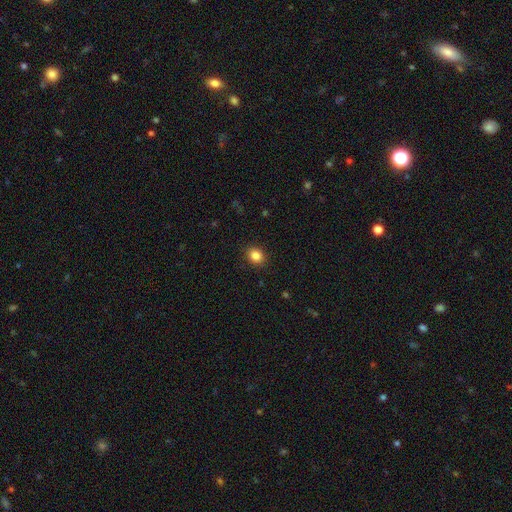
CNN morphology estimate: Smooth or featured? Predicted: smooth (p=0.85). How rounded? Predicted: round (p=0.56). Merging? Predicted: none (p=0.89).